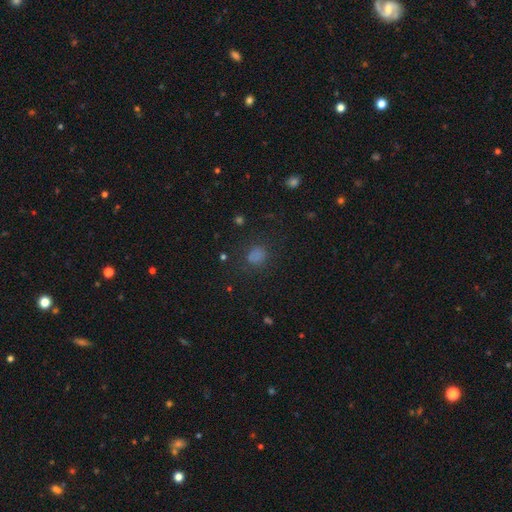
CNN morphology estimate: Smooth or featured?
  - smooth: 69% *
  - star or artifact: 24%
  - featured or disk: 7%
How rounded?
  - round: 71% *
  - in between: 28%
  - cigar-shaped: 2%
Merging?
  - none: 78% *
  - minor disturbance: 13%
  - major disturbance: 8%
  - merger: 2%